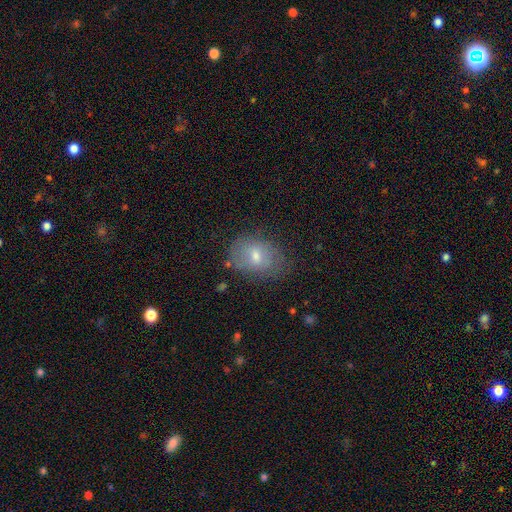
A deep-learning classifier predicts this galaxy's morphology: Smooth or featured: smooth — 60% (featured or disk — 30%)
How rounded: in between — 74% (round — 25%)
Merging: none — 64% (minor disturbance — 25%)